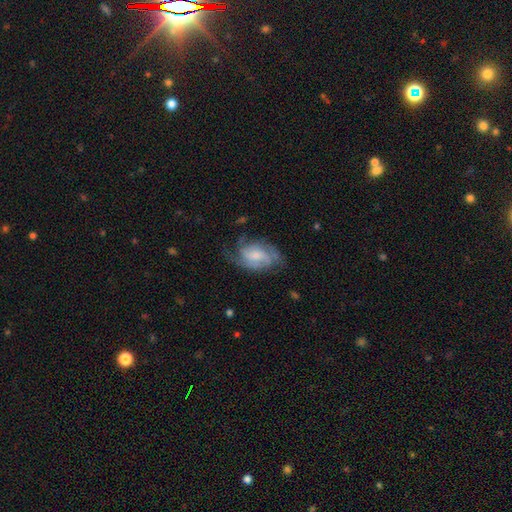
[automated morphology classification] Q: Smooth or featured?
A: featured or disk (72%); runner-up: smooth (21%)
Q: Edge-on disk?
A: no (96%); runner-up: yes (4%)
Q: Bar?
A: no (51%); runner-up: weak (41%)
Q: Spiral arms?
A: yes (91%); runner-up: no (9%)
Q: Spiral winding?
A: medium (46%); runner-up: tight (34%)
Q: Spiral arm count?
A: 2 (41%); runner-up: can't tell (24%)
Q: Bulge size?
A: moderate (36%); runner-up: small (33%)
Q: Merging?
A: none (57%); runner-up: minor disturbance (24%)